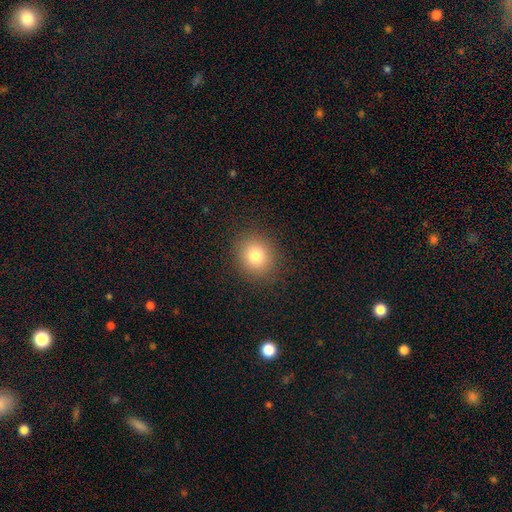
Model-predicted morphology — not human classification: smooth 80%, star or artifact 12%, featured or disk 8%. Down the decision tree: how rounded — round (82%); merging — none (89%).